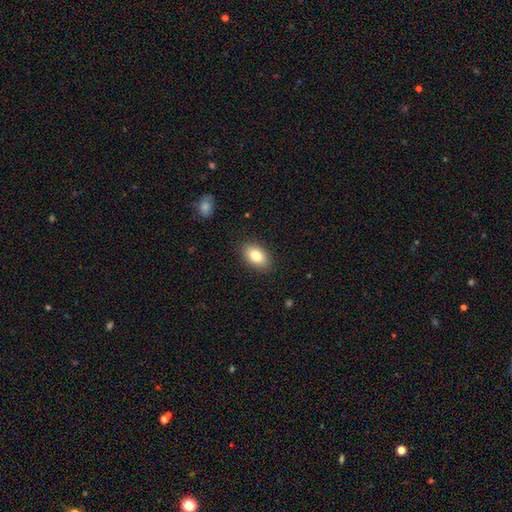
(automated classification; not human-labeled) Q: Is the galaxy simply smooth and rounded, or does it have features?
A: smooth — 81%.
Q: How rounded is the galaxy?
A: in between — 91%.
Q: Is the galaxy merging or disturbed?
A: none — 88%.